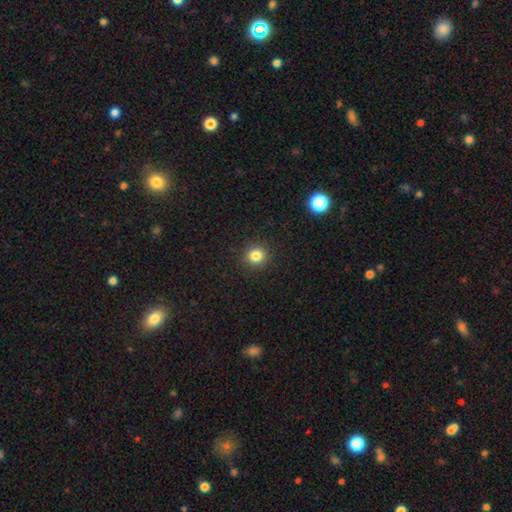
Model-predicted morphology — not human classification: Smooth or featured? Predicted: smooth (p=0.83). How rounded? Predicted: round (p=0.92). Merging? Predicted: none (p=0.92).